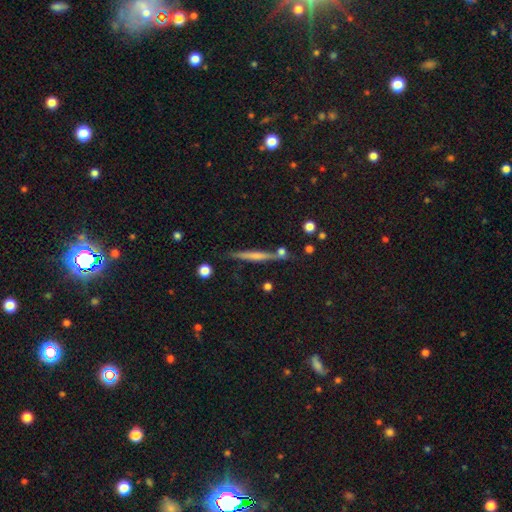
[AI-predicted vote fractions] smooth-or-featured: featured or disk: 48% | smooth: 44% | star or artifact: 7%
  merging: none: 80% | minor disturbance: 11% | merger: 7% | major disturbance: 3%